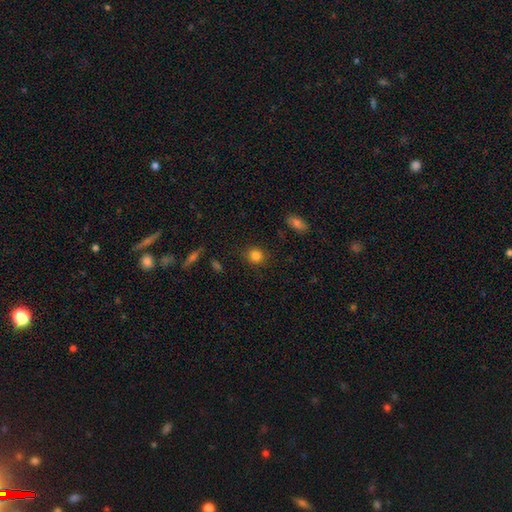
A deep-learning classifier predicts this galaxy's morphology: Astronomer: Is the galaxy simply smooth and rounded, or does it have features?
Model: smooth — 83%.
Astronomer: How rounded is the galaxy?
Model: round — 85%.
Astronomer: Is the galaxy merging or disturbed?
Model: none — 87%.